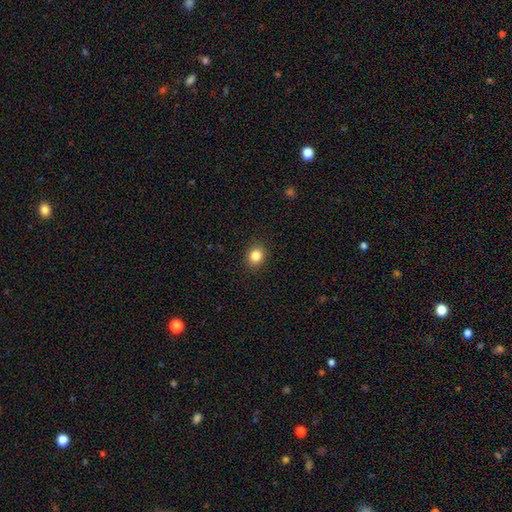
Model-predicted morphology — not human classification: smooth 84%, star or artifact 11%, featured or disk 5%. Down the decision tree: how rounded — round (70%); merging — none (90%).